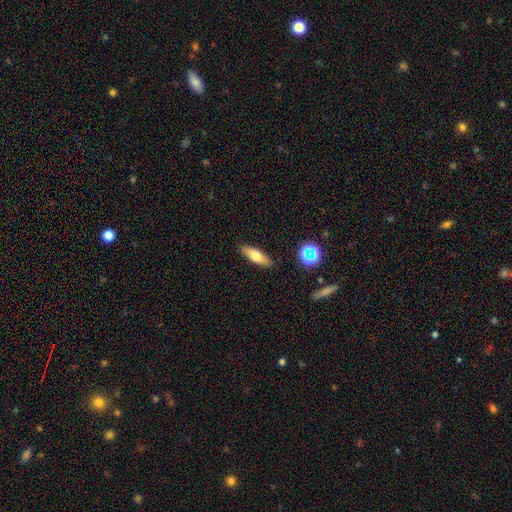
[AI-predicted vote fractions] smooth_or_featured: smooth (p=0.67) [alt: featured or disk p=0.24]
how_rounded: in between (p=0.52) [alt: cigar-shaped p=0.45]
merging: none (p=0.88) [alt: minor disturbance p=0.08]